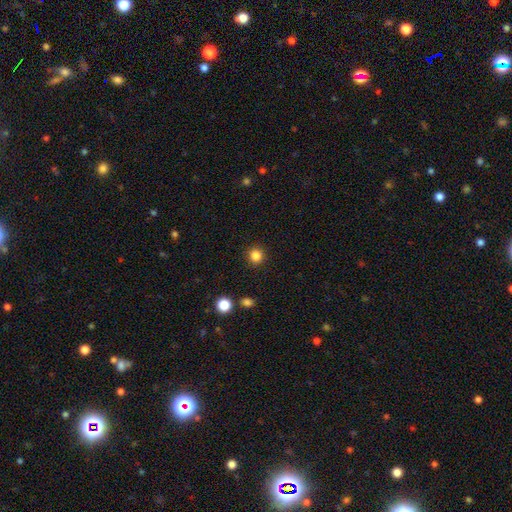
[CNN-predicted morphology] smooth 84%, star or artifact 12%, featured or disk 4%. Down the decision tree: how rounded — round (94%); merging — none (92%).